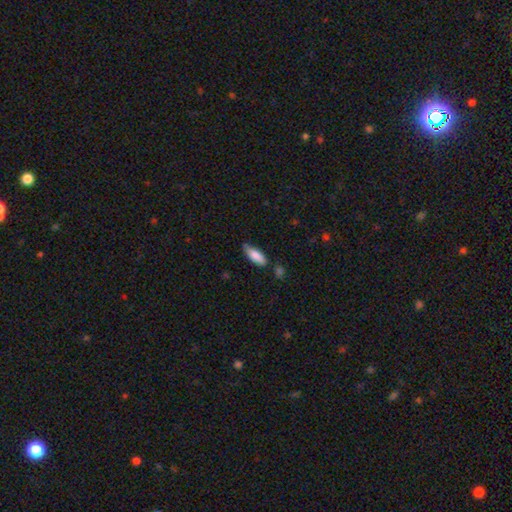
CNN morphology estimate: smooth_or_featured: smooth (p=0.85) [alt: featured or disk p=0.09]
how_rounded: in between (p=0.72) [alt: cigar-shaped p=0.26]
merging: none (p=0.65) [alt: minor disturbance p=0.26]